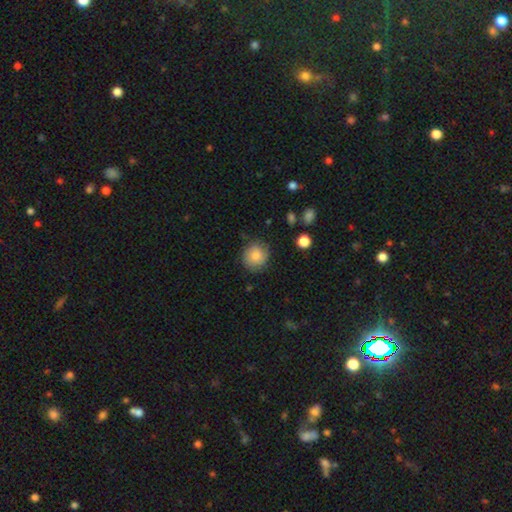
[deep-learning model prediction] Smooth or featured: smooth — 80% (featured or disk — 12%)
How rounded: round — 89% (in between — 10%)
Merging: none — 80% (minor disturbance — 15%)